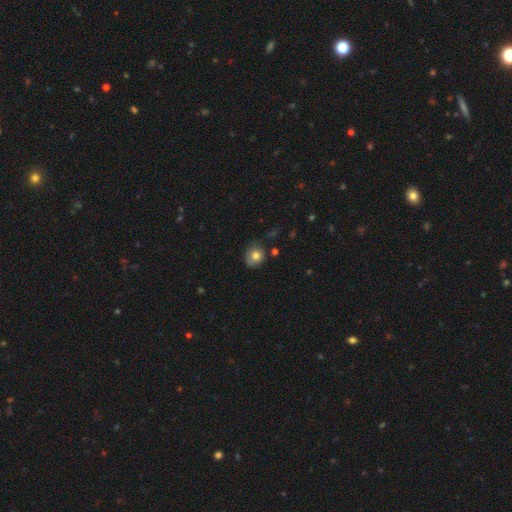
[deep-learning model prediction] Smooth or featured? Predicted: smooth (p=0.77). How rounded? Predicted: round (p=0.69). Merging? Predicted: none (p=0.68).